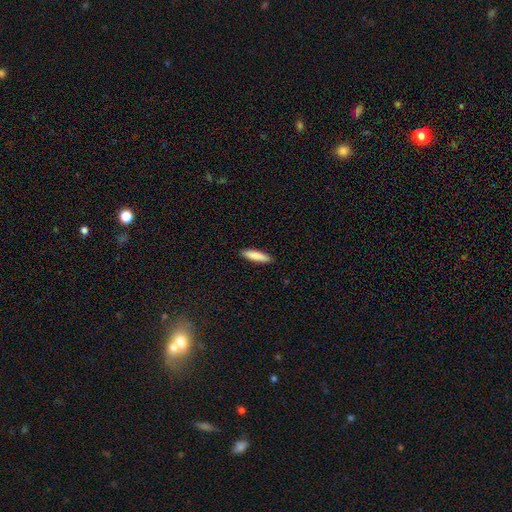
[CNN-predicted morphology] This is clearly a smooth galaxy (86%). How rounded: likely cigar-shaped (74%). Merging: clearly none (90%).